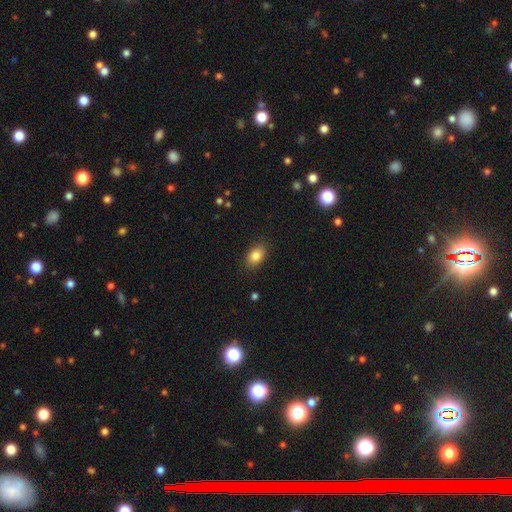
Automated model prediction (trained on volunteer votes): Smooth or featured? smooth (84%)
How rounded? in between (80%)
Merging? none (87%)